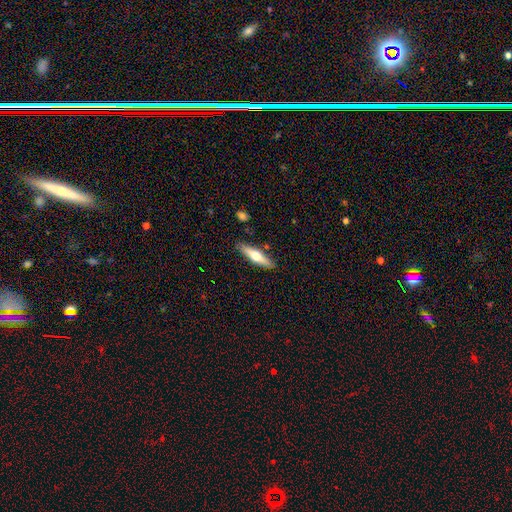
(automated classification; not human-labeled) The model was most divided on "smooth or featured": smooth: 52%, featured or disk: 43%, star or artifact: 6%. More confident: merging — none (86%); how rounded — cigar-shaped (74%).